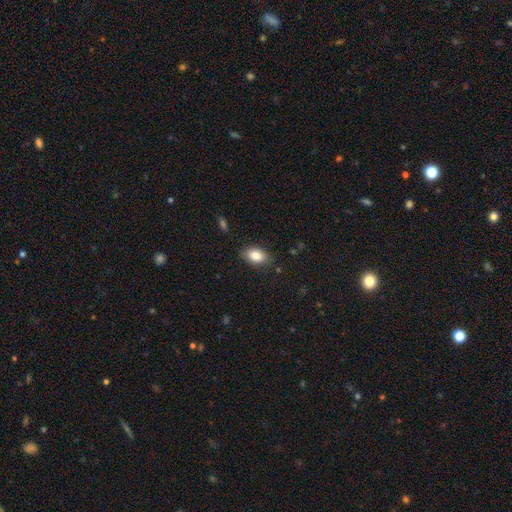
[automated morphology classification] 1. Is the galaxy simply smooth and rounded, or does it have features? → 84% smooth, 9% featured or disk, 8% star or artifact.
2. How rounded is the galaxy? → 88% in between, 10% round, 2% cigar-shaped.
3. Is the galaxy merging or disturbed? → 83% none, 13% minor disturbance, 3% major disturbance, 1% merger.